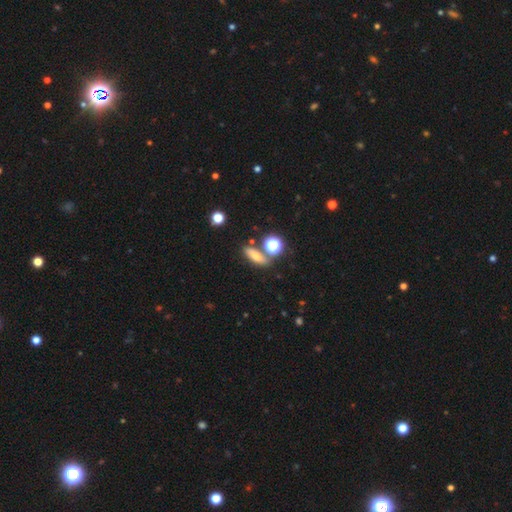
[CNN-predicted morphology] smooth_or_featured: smooth (p=0.65) [alt: featured or disk p=0.20]
how_rounded: in between (p=0.49) [alt: cigar-shaped p=0.34]
merging: none (p=0.68) [alt: merger p=0.14]